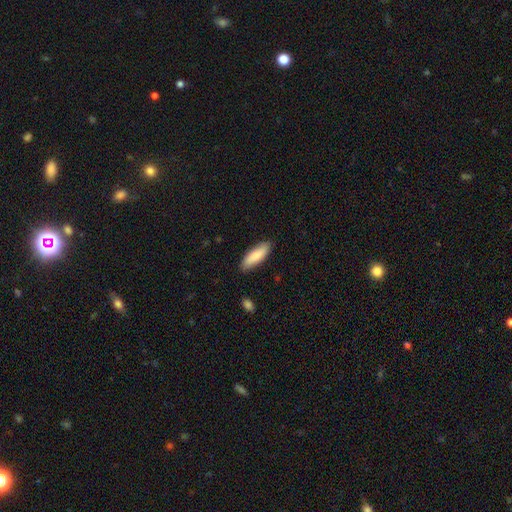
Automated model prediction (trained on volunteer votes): Smooth or featured? smooth (85%)
How rounded? in between (53%)
Merging? none (86%)